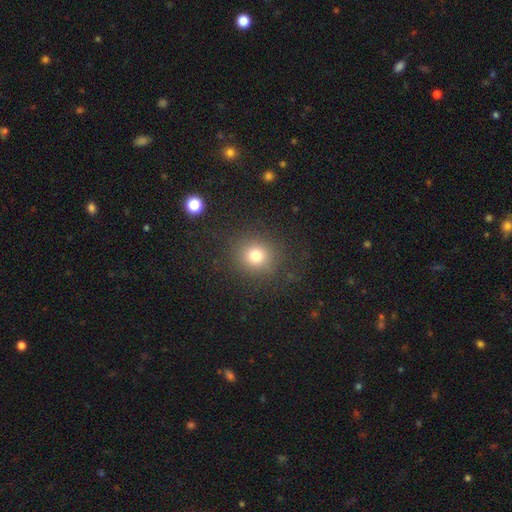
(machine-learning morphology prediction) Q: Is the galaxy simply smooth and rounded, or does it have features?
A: smooth — 76%.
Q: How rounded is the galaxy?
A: round — 88%.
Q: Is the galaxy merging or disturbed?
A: none — 87%.